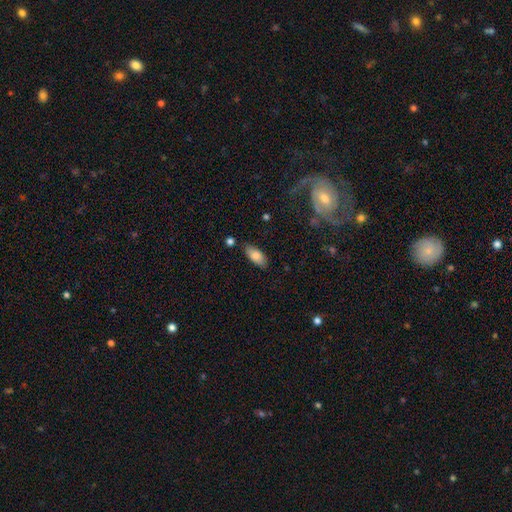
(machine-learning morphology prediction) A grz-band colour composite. It shows a smooth galaxy with no disk features (81%) that is in between round and cigar-shaped (86%). Merging: none (82%).